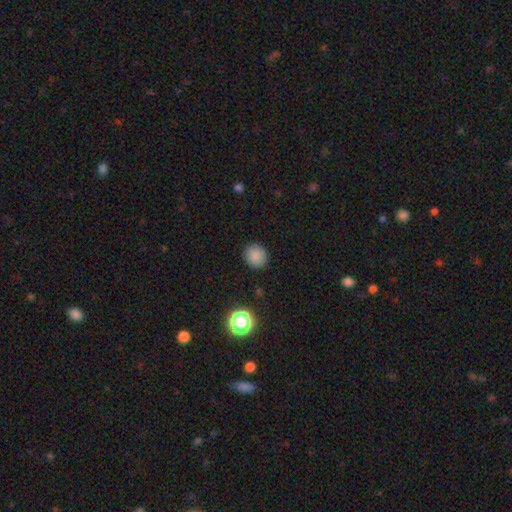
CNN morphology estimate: Overall: smooth (84%). How rounded: round (85%). Merging: none (89%).